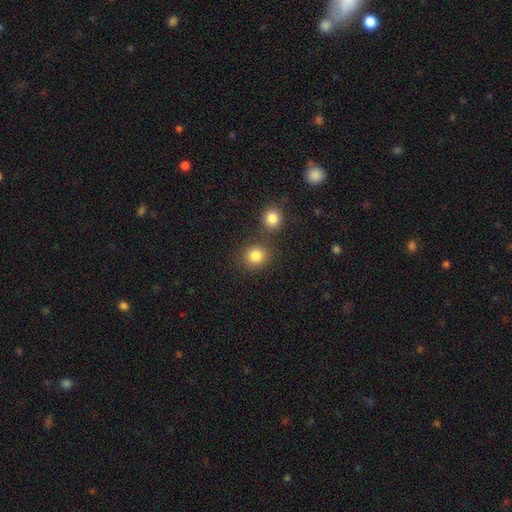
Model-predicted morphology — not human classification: Smooth or featured? Predicted: smooth (p=0.84). How rounded? Predicted: round (p=0.85). Merging? Predicted: none (p=0.73).